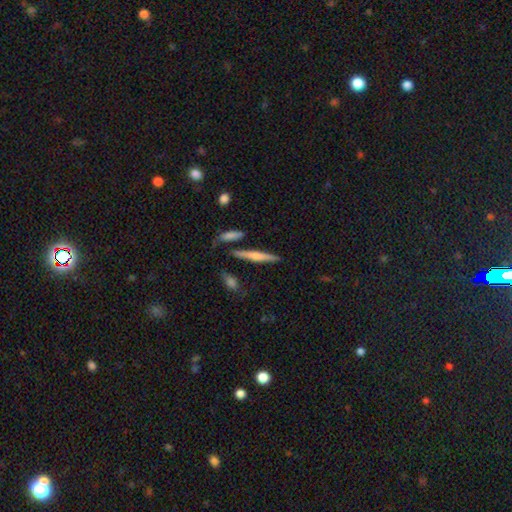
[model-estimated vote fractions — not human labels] A smooth galaxy with no disk features (54%) that is cigar-shaped (90%). Merging: none (81%).